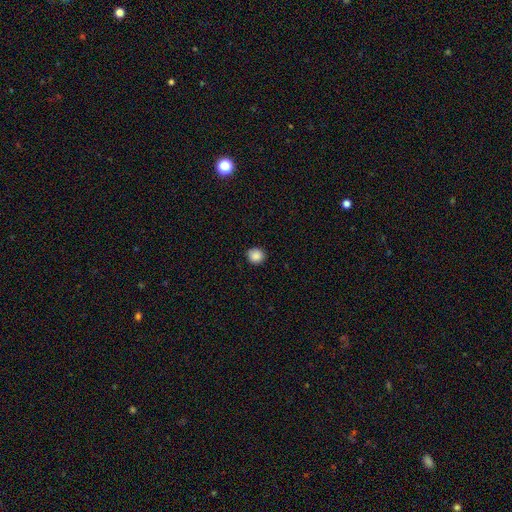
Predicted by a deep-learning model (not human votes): Morphology: type=smooth (88%); roundness=round (90%); merging=none (89%).